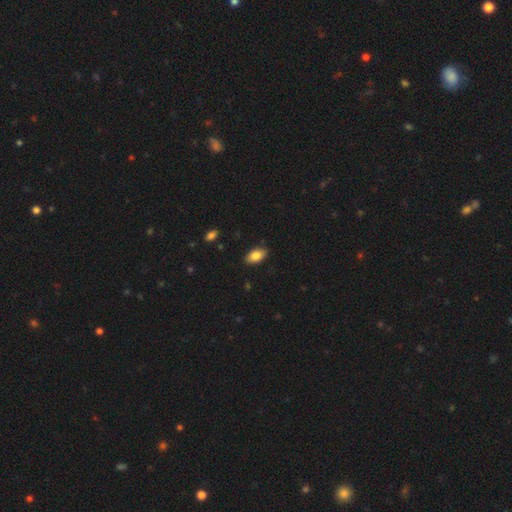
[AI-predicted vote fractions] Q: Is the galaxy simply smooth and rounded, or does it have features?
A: smooth — 84%.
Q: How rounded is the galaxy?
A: in between — 93%.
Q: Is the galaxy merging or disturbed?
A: none — 87%.